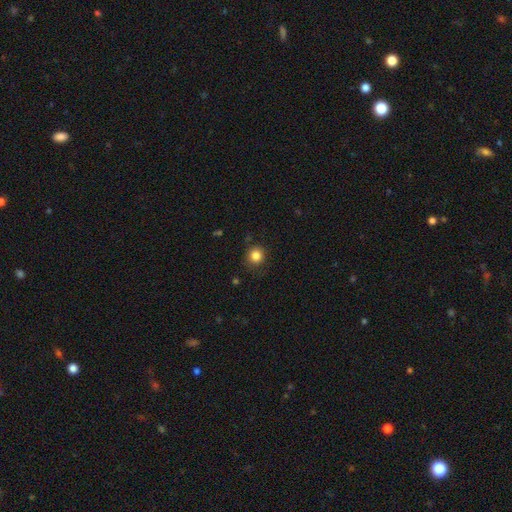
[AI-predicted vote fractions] A smooth galaxy with no disk features (84%) that is round (89%). Merging: none (85%).